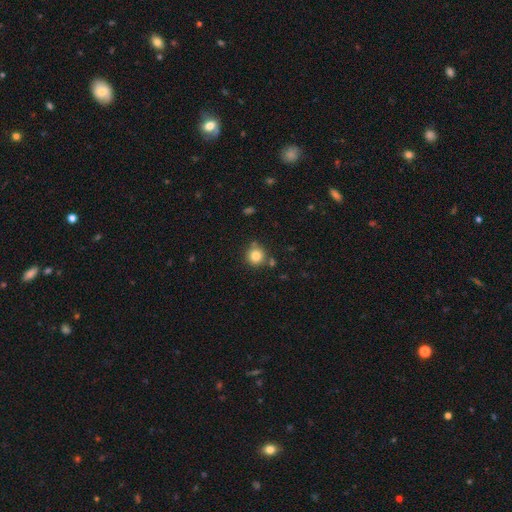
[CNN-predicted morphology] A smooth galaxy with no disk features (82%) that is round (92%). Merging: none (77%).